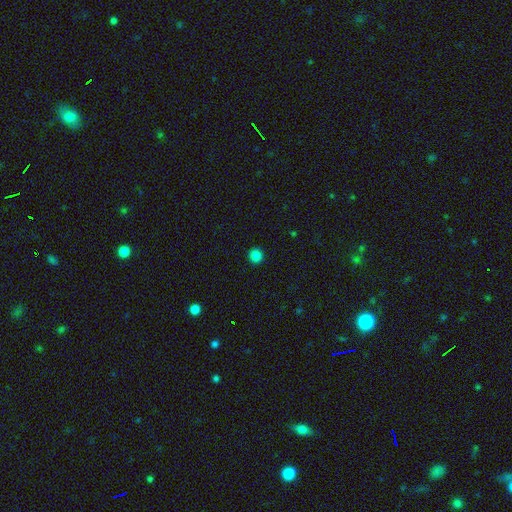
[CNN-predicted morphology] smooth_or_featured: smooth (p=0.85) [alt: star or artifact p=0.12]
how_rounded: round (p=0.95) [alt: in between p=0.04]
merging: none (p=0.93) [alt: minor disturbance p=0.04]